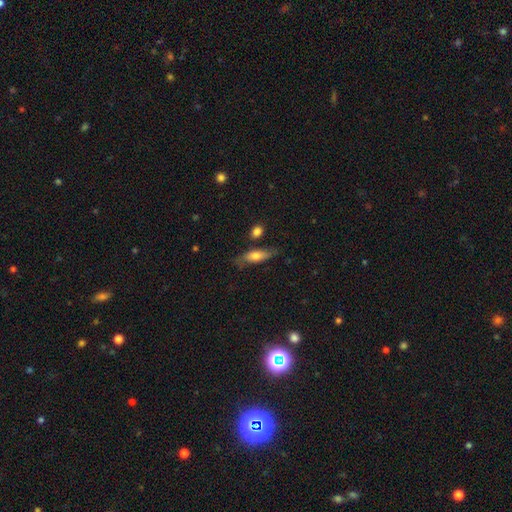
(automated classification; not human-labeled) smooth 65%, featured or disk 28%, star or artifact 7%. Down the decision tree: how rounded — in between (56%); merging — none (66%).